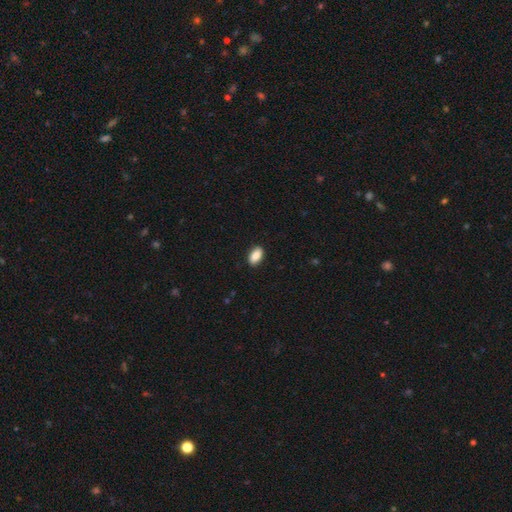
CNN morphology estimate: type=smooth (88%); roundness=in between (92%); merging=none (88%).